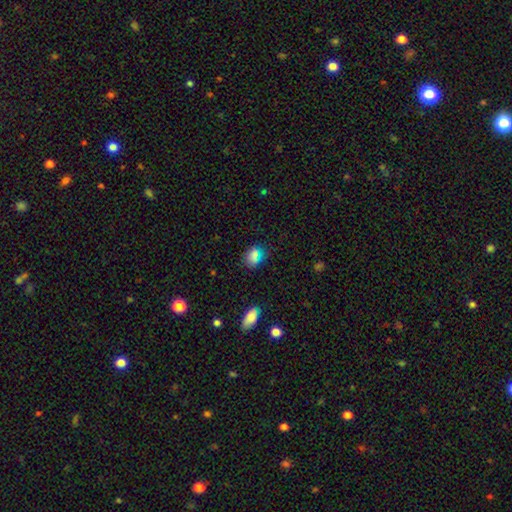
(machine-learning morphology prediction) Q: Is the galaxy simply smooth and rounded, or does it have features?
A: smooth — 75%.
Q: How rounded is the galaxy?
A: in between — 64%.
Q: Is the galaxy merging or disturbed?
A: none — 78%.